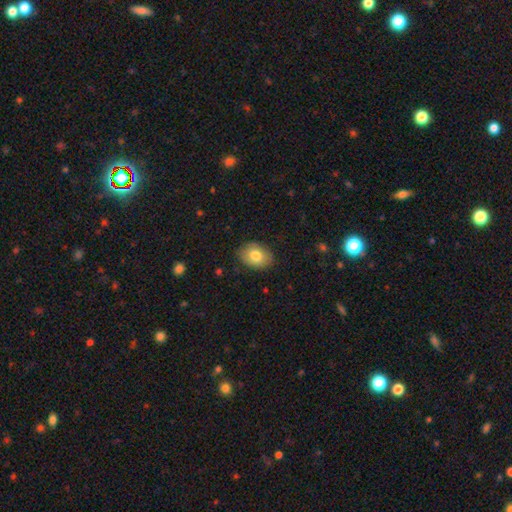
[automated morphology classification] A smooth galaxy with no disk features (79%) that is in between round and cigar-shaped (75%).

Vote fractions:
- Smooth or featured? smooth: 79% / featured or disk: 14% / star or artifact: 7%
- How rounded? in between: 75% / round: 24% / cigar-shaped: 1%
- Merging? none: 85% / minor disturbance: 12% / major disturbance: 2% / merger: 1%